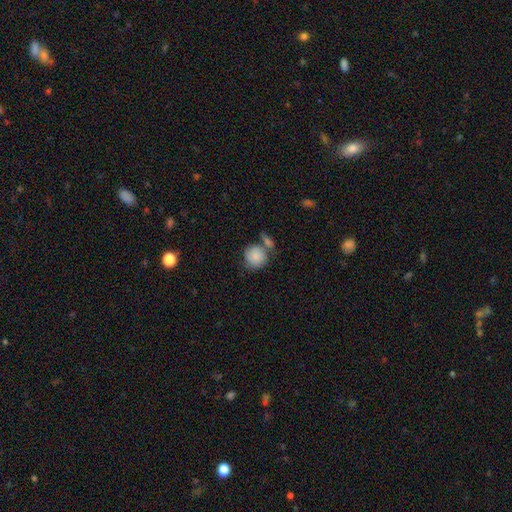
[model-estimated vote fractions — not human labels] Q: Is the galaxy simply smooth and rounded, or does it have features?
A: smooth — 83%.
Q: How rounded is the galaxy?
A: round — 85%.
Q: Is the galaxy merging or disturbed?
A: none — 48%.